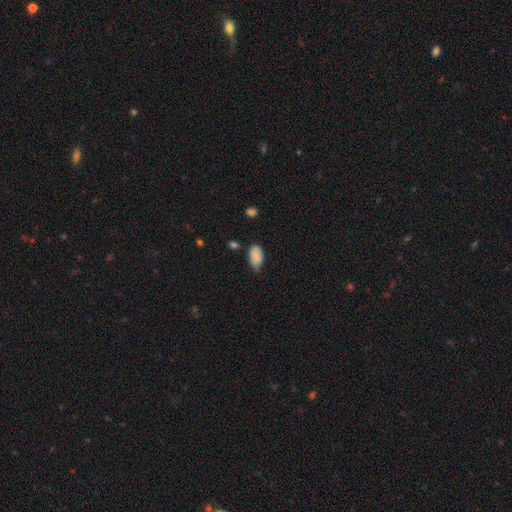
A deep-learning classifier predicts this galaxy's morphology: smooth_or_featured: smooth (p=0.83) [alt: featured or disk p=0.09]
how_rounded: in between (p=0.93) [alt: round p=0.06]
merging: none (p=0.49) [alt: minor disturbance p=0.40]